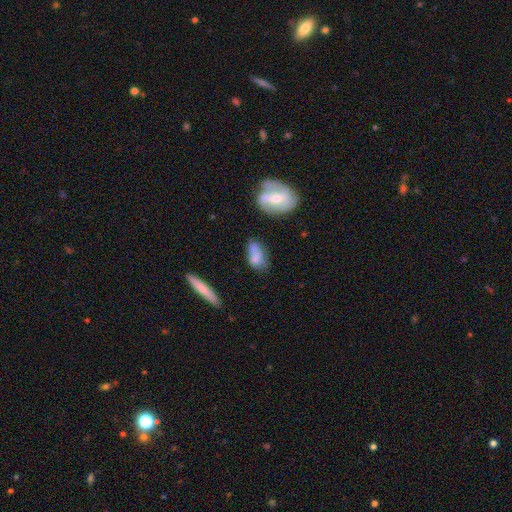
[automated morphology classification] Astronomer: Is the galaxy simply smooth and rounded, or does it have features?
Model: smooth — 69%.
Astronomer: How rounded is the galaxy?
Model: in between — 82%.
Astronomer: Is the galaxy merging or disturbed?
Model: none — 41% (runner-up: minor disturbance, 28%).